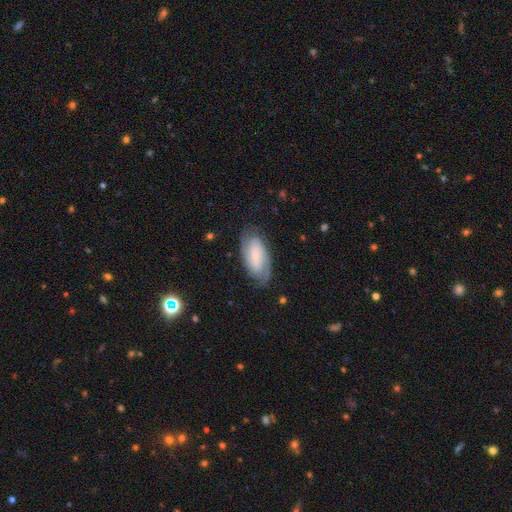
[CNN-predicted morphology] The model was most divided on "bar": no: 43%, weak: 39%, strong: 18%. Remaining: edge-on disk — no (94%); spiral arms — yes (90%); merging — none (75%); bulge size — small (72%); spiral arm count — 2 (70%); smooth or featured — featured or disk (67%); spiral winding — tight (46%).